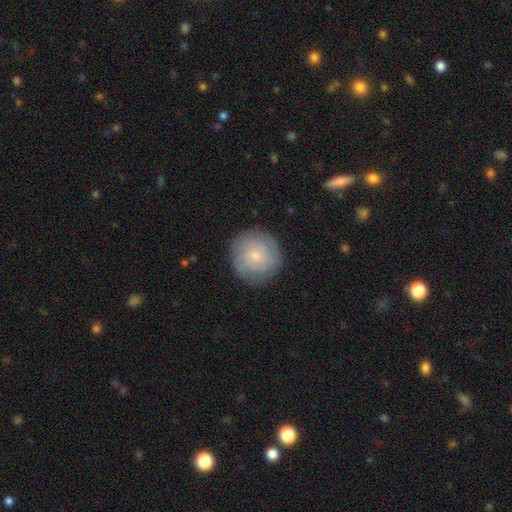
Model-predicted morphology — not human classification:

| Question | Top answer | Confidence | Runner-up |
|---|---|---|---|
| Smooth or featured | smooth | 50% | featured or disk (43%) |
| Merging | none | 84% | minor disturbance (11%) |